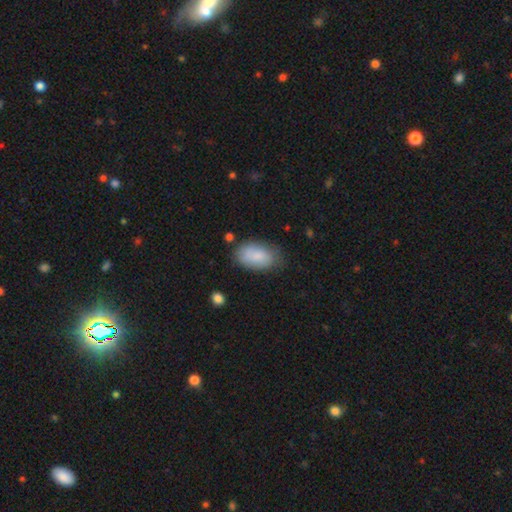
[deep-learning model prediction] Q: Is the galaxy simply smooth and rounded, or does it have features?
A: smooth — 84%.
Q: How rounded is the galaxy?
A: in between — 93%.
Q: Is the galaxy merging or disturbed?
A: none — 71%.